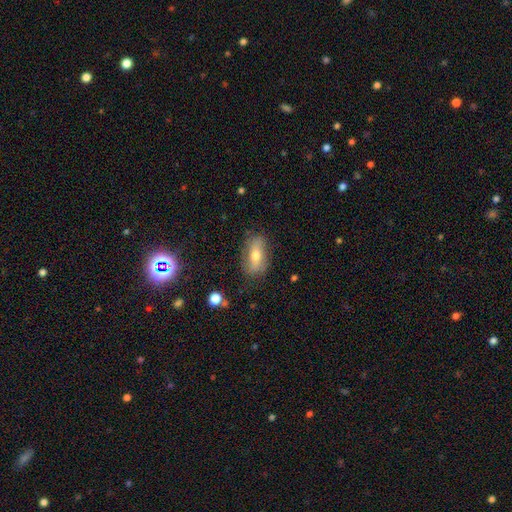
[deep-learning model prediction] Smooth or featured?
  - smooth: 53% *
  - featured or disk: 37%
  - star or artifact: 10%
How rounded?
  - in between: 77% *
  - cigar-shaped: 17%
  - round: 7%
Merging?
  - none: 77% *
  - minor disturbance: 17%
  - major disturbance: 5%
  - merger: 2%